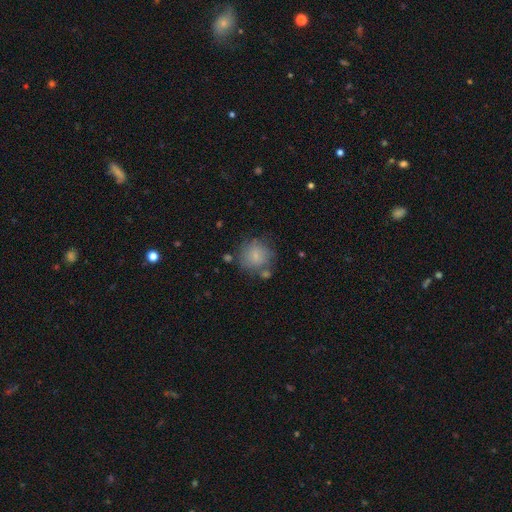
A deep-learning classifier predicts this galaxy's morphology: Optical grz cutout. It shows a smooth galaxy with no disk features (78%) that is round (89%). Merging: none (66%).